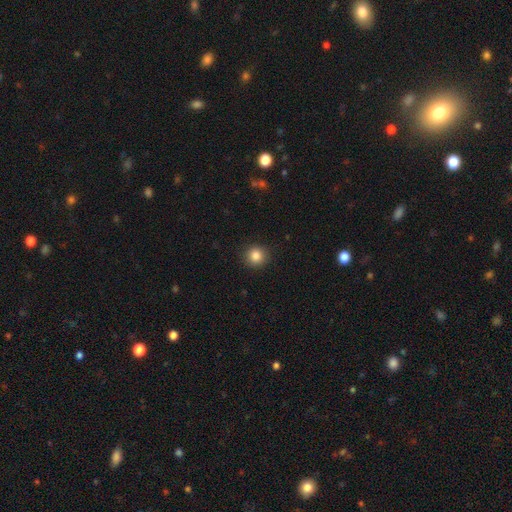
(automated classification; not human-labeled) Smooth or featured? smooth (85%)
How rounded? round (92%)
Merging? none (91%)